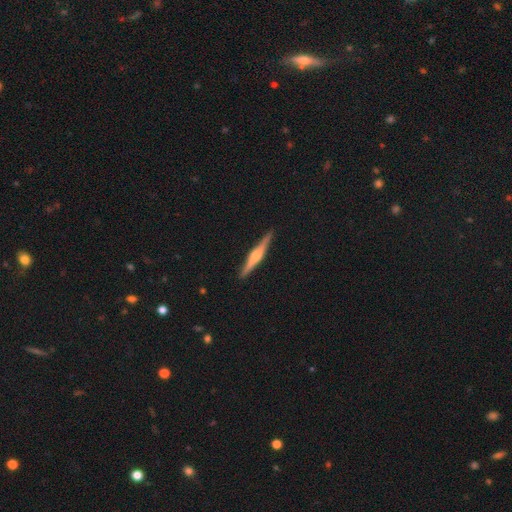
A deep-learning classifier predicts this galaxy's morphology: smooth_or_featured: featured or disk (p=0.78) [alt: smooth p=0.17]
disk_edge_on: yes (p=0.98) [alt: no p=0.02]
edge_on_bulge: rounded (p=0.87) [alt: boxy p=0.09]
merging: none (p=0.92) [alt: minor disturbance p=0.06]